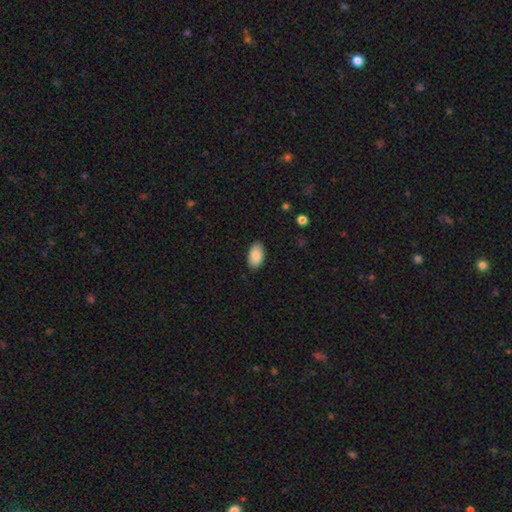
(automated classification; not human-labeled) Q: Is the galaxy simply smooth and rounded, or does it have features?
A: smooth — 87%.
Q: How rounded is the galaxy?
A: in between — 94%.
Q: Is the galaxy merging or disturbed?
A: none — 83%.